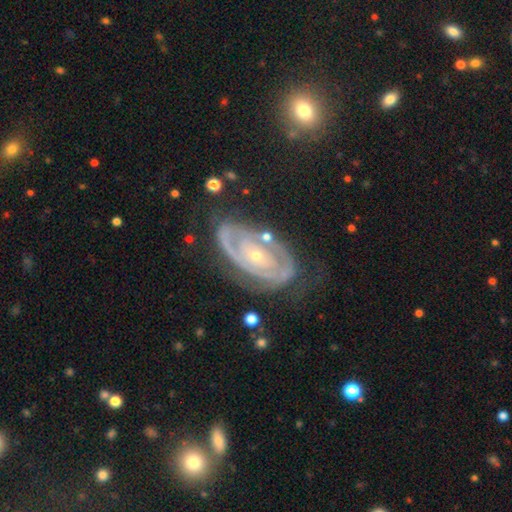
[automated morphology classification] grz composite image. It shows a featured or disk galaxy (87%) with no bar (71%), 2 (49%) tight (70%) spiral arms (90%) and a small central bulge (77%). Merging: none (65%).